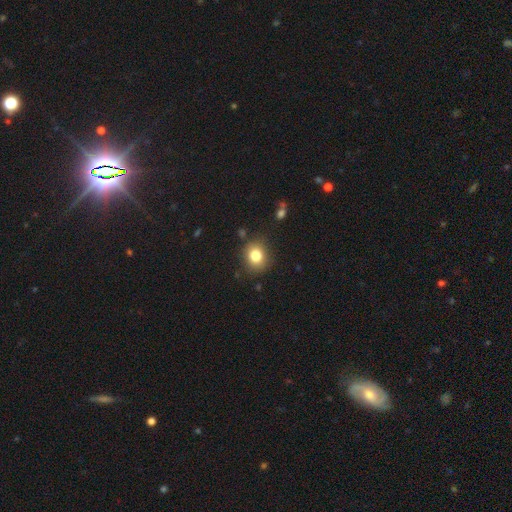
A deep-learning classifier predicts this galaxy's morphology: smooth 81%, star or artifact 11%, featured or disk 8%. Down the decision tree: how rounded — round (71%); merging — none (85%).